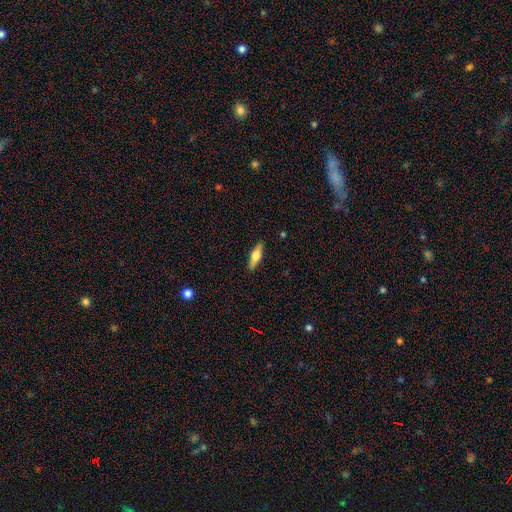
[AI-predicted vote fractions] smooth 50%, featured or disk 44%, star or artifact 6%. Down the decision tree: how rounded — cigar-shaped (55%); merging — none (89%).